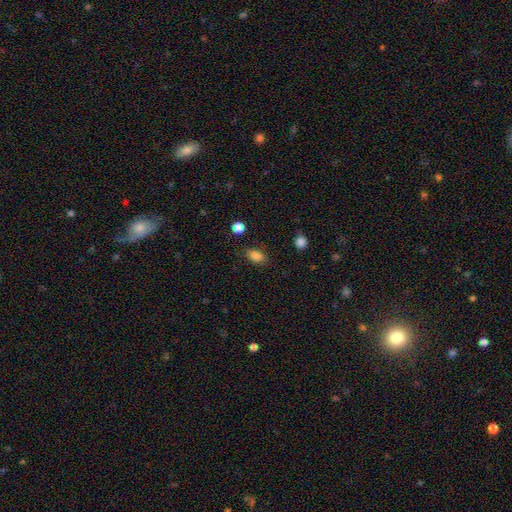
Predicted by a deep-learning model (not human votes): smooth_or_featured: smooth (p=0.85) [alt: star or artifact p=0.10]
how_rounded: in between (p=0.83) [alt: round p=0.15]
merging: none (p=0.83) [alt: minor disturbance p=0.12]